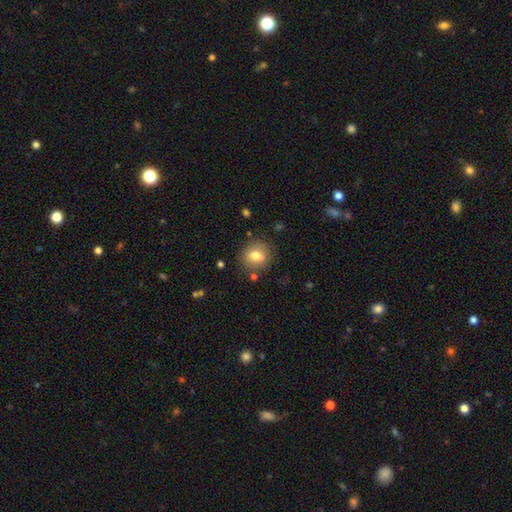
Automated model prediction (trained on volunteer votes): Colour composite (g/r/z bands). It shows a smooth galaxy with no disk features (73%) that is round (74%). Merging: none (81%).